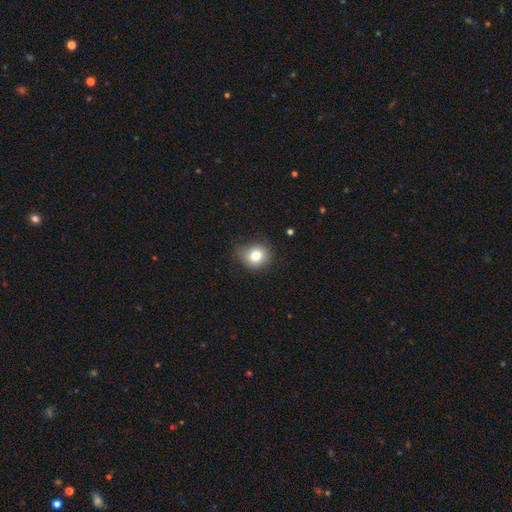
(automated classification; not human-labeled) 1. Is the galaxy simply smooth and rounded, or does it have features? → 80% smooth, 11% star or artifact, 9% featured or disk.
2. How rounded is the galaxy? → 80% round, 19% in between, 1% cigar-shaped.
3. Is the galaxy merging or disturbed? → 72% none, 22% minor disturbance, 5% major disturbance, 1% merger.